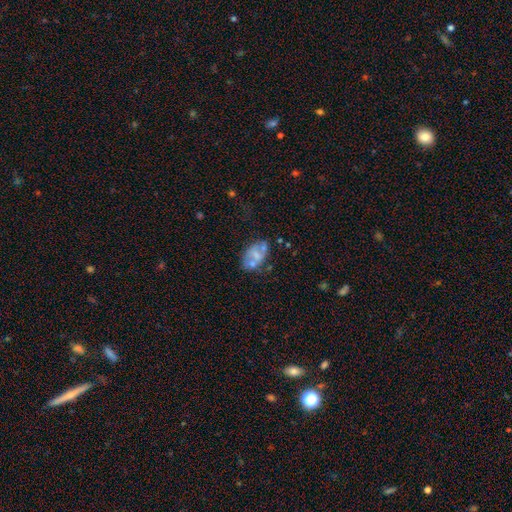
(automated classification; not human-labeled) This appears to be a featured or disk galaxy (49%). Merging: none (42%).